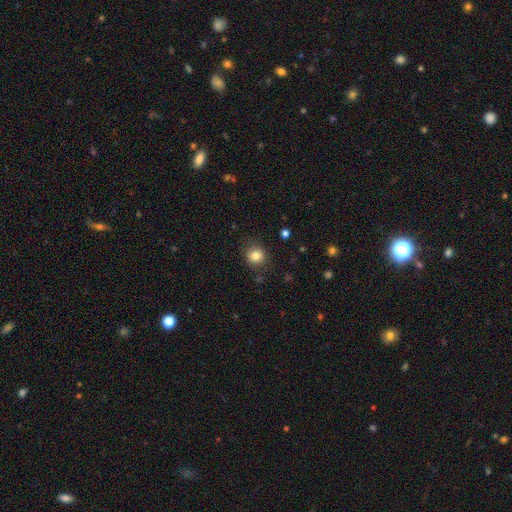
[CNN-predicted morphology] Smooth or featured?
  - smooth: 83% *
  - star or artifact: 11%
  - featured or disk: 6%
How rounded?
  - round: 88% *
  - in between: 11%
  - cigar-shaped: 1%
Merging?
  - none: 85% *
  - minor disturbance: 10%
  - major disturbance: 3%
  - merger: 1%